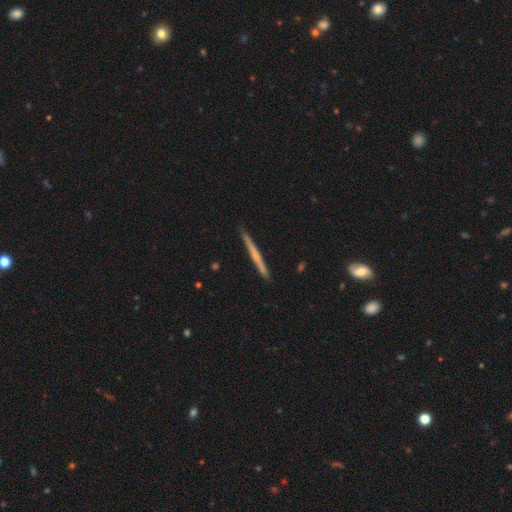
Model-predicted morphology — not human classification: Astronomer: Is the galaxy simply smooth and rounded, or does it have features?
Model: featured or disk — 53% (runner-up: smooth, 41%).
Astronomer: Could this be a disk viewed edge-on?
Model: yes — 98%.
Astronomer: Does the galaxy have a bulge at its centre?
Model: none — 76%.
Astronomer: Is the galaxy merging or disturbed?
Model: none — 90%.